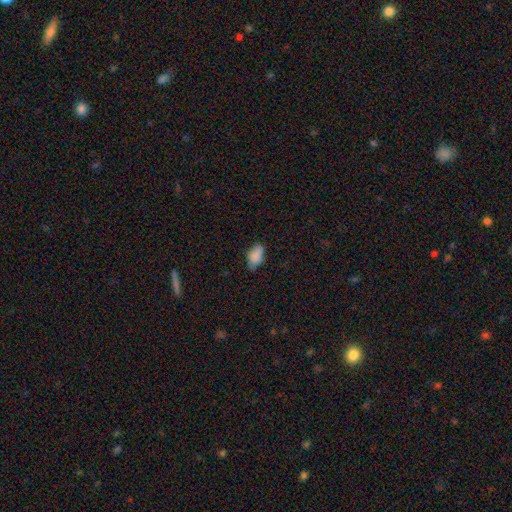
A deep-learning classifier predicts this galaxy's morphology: Smooth or featured? smooth (84%)
How rounded? in between (91%)
Merging? none (59%)